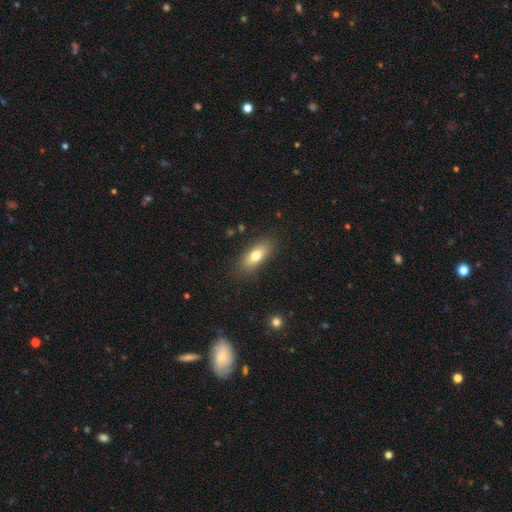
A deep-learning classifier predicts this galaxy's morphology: type=smooth (75%); roundness=in between (77%); merging=none (84%).